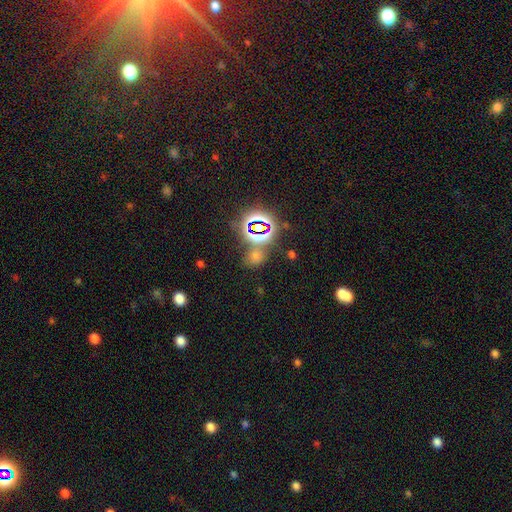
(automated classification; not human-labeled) Q: Smooth or featured?
A: star or artifact (53%); runner-up: smooth (40%)